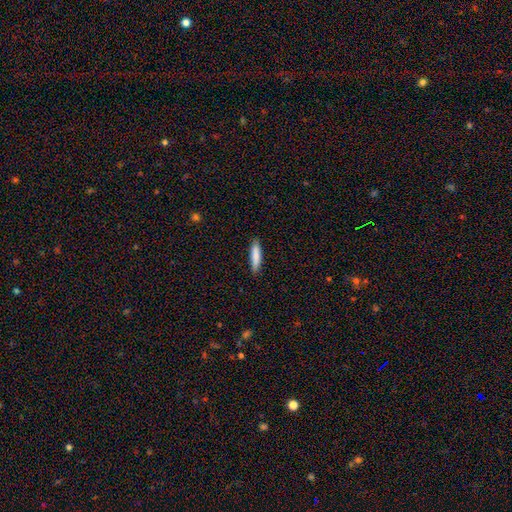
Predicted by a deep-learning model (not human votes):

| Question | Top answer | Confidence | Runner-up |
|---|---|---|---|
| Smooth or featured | smooth | 85% | featured or disk (9%) |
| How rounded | cigar-shaped | 80% | in between (18%) |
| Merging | none | 87% | minor disturbance (10%) |